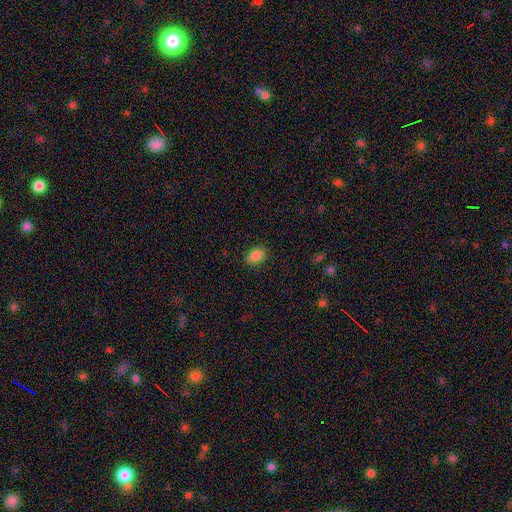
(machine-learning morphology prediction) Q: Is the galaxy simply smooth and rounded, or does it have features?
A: smooth — 86%.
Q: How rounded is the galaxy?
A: in between — 79%.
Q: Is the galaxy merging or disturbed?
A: none — 86%.